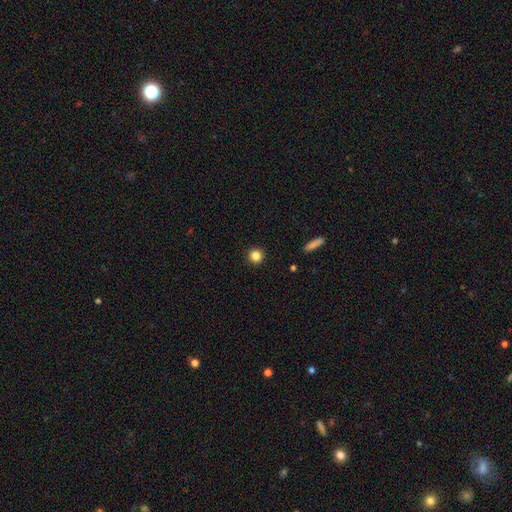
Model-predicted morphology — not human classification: smooth-or-featured: smooth: 85% | star or artifact: 11% | featured or disk: 4%
  how-rounded: round: 95% | in between: 4% | cigar-shaped: 1%
  merging: none: 93% | minor disturbance: 4% | major disturbance: 2% | merger: 1%